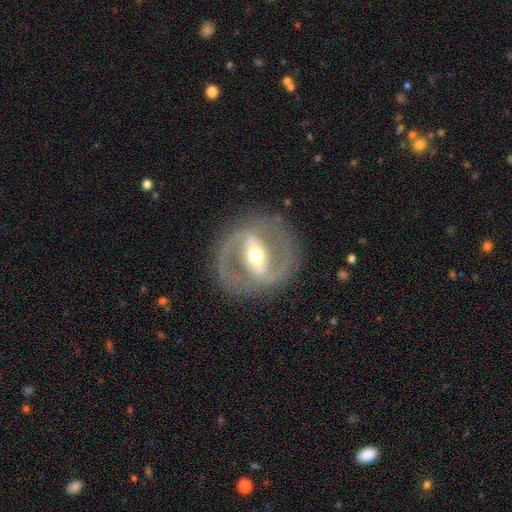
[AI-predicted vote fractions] featured or disk 84%, smooth 11%, star or artifact 5%. Down the decision tree: edge-on disk — no (94%); bar — strong (58%); spiral arms — yes (73%); spiral arm count — 2 (86%); spiral winding — medium (51%); bulge size — moderate (66%); merging — none (81%).